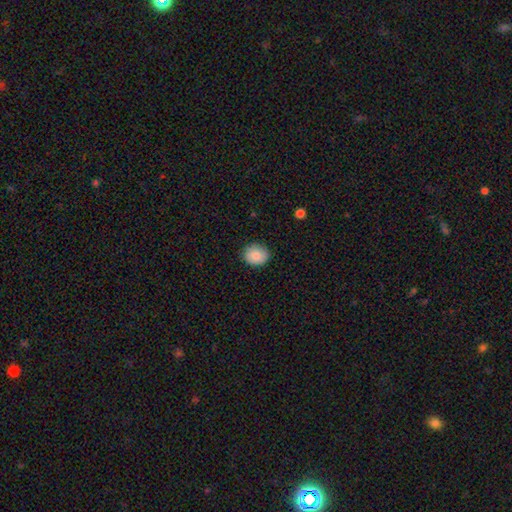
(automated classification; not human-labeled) smooth_or_featured: smooth (p=0.87) [alt: star or artifact p=0.08]
how_rounded: round (p=0.61) [alt: in between p=0.38]
merging: none (p=0.86) [alt: minor disturbance p=0.11]